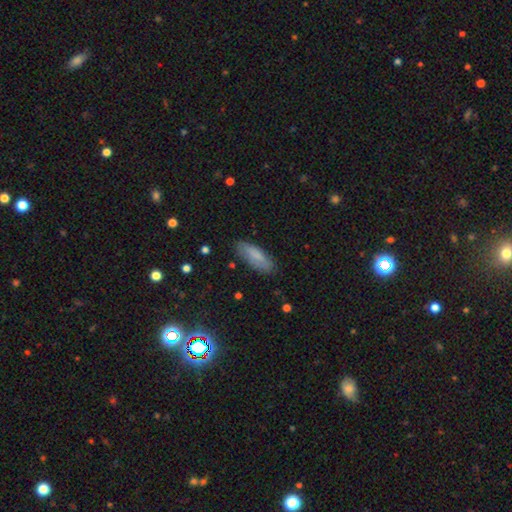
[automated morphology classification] smooth-or-featured: smooth: 78% | featured or disk: 14% | star or artifact: 8%
  how-rounded: in between: 64% | cigar-shaped: 34% | round: 2%
  merging: none: 82% | minor disturbance: 14% | major disturbance: 3% | merger: 1%